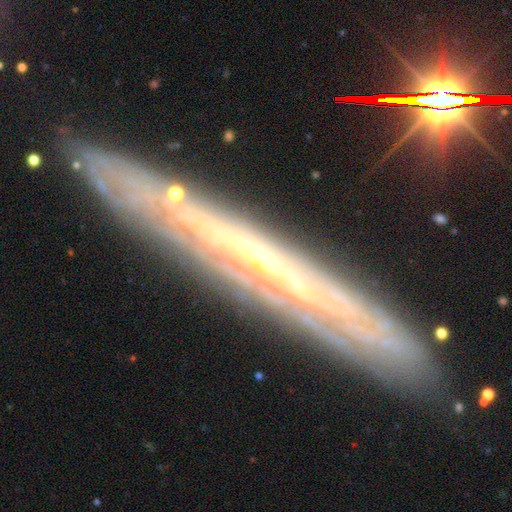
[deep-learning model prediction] Overall: featured or disk (77%). Edge-on disk: yes (73%). Edge-on bulge: none (63%; rounded 32%). Merging: none (83%).